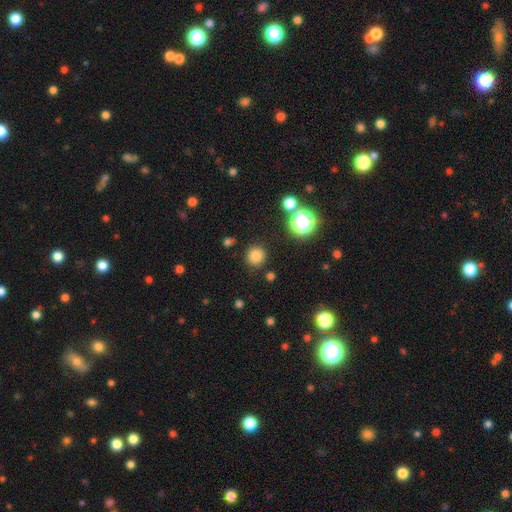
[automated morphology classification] type=smooth (80%); roundness=round (93%); merging=none (88%).